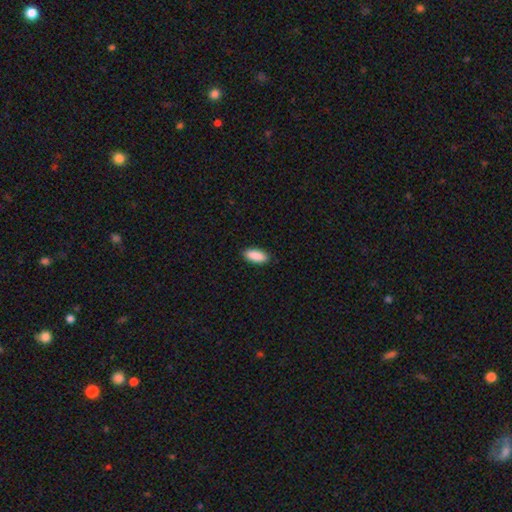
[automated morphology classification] A smooth galaxy with no disk features (90%) that is in between round and cigar-shaped (83%).

Vote fractions:
- Smooth or featured? smooth: 90% / star or artifact: 6% / featured or disk: 4%
- How rounded? in between: 83% / cigar-shaped: 15% / round: 2%
- Merging? none: 89% / minor disturbance: 8% / major disturbance: 2% / merger: 1%